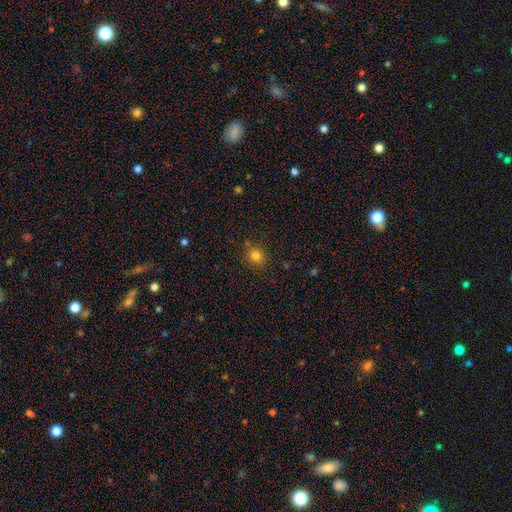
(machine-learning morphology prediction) type=smooth (80%); roundness=round (72%); merging=none (81%).